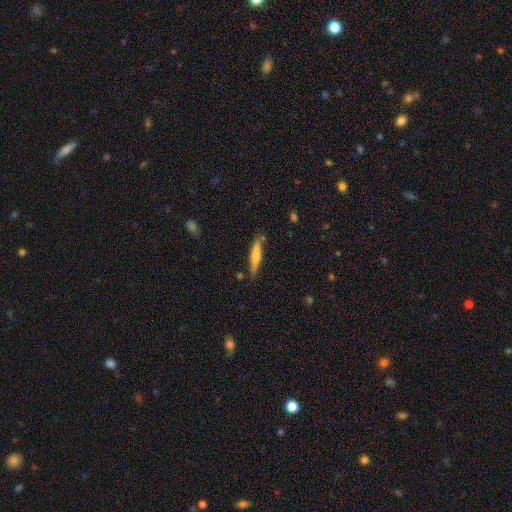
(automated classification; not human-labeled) Morphology: type=smooth (51%); roundness=cigar-shaped (89%); merging=none (81%).